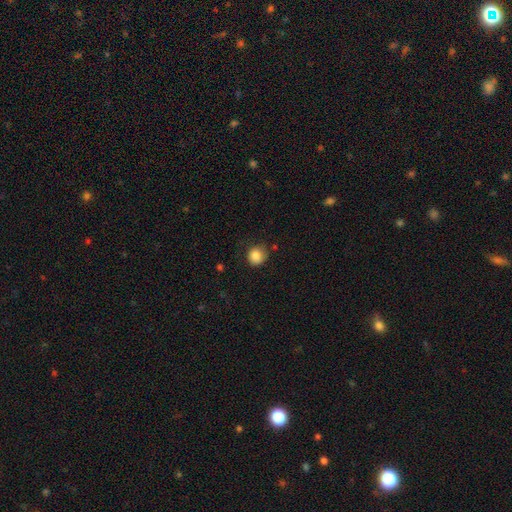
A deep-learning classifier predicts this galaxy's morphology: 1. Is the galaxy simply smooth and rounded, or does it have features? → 85% smooth, 9% star or artifact, 5% featured or disk.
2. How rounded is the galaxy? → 87% round, 12% in between, 1% cigar-shaped.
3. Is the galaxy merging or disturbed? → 72% none, 20% minor disturbance, 5% major disturbance, 2% merger.